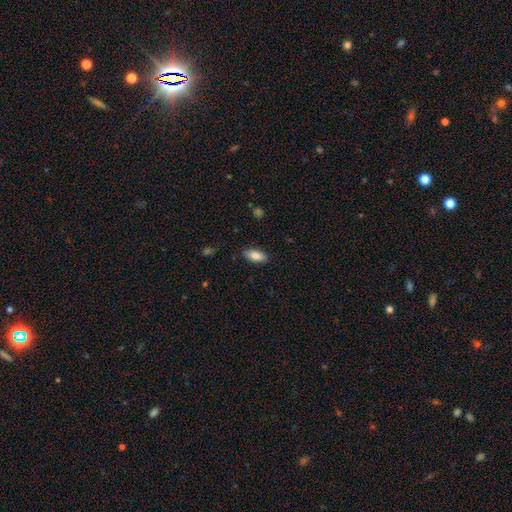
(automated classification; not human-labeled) smooth 85%, featured or disk 9%, star or artifact 7%. Down the decision tree: how rounded — in between (87%); merging — none (86%).